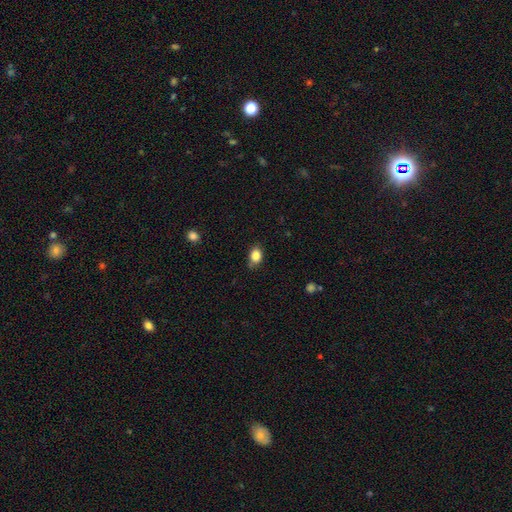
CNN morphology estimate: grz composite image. It shows a smooth galaxy with no disk features (85%) that is in between round and cigar-shaped (71%). Merging: none (75%).